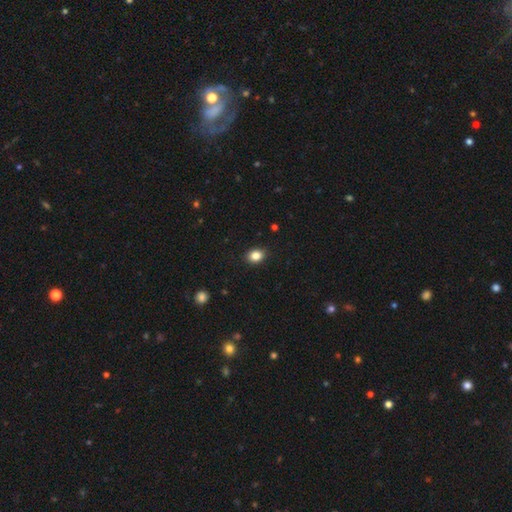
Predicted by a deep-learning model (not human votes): This appears to be a smooth galaxy with no disk features (85%) that is in between round and cigar-shaped (57%). Merging: none (89%).